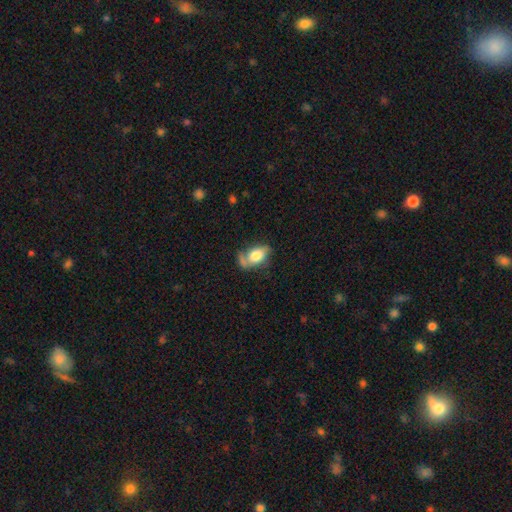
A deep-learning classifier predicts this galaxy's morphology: The model was most divided on "merging": none: 41%, minor disturbance: 23%, merger: 21%, major disturbance: 15%. More confident: how rounded — in between (86%); smooth or featured — smooth (69%).